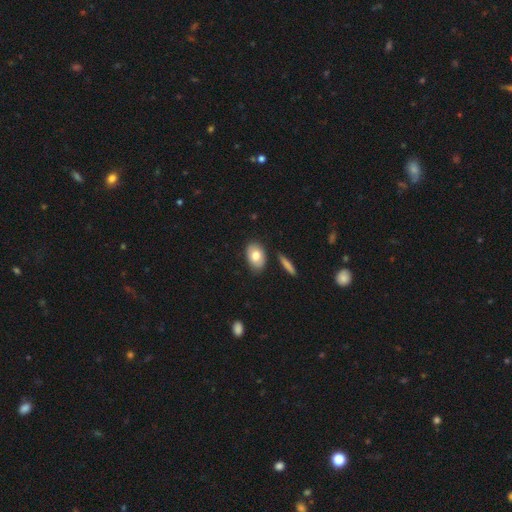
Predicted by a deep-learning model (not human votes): Q: Smooth or featured?
A: smooth (77%); runner-up: featured or disk (16%)
Q: How rounded?
A: in between (85%); runner-up: round (13%)
Q: Merging?
A: none (82%); runner-up: minor disturbance (11%)